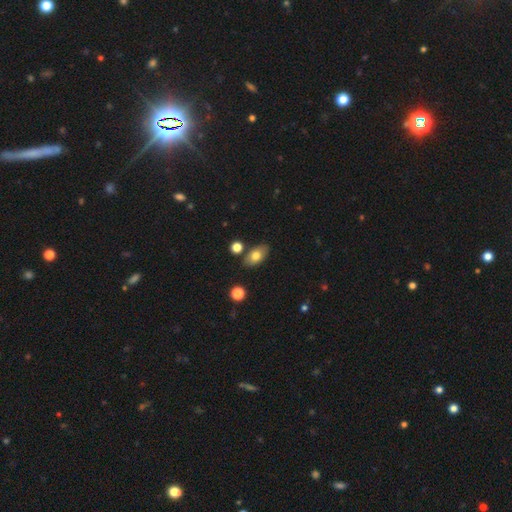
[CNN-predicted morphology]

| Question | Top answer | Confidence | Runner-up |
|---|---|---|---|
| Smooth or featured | smooth | 73% | featured or disk (19%) |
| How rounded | in between | 89% | round (8%) |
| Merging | none | 81% | minor disturbance (11%) |